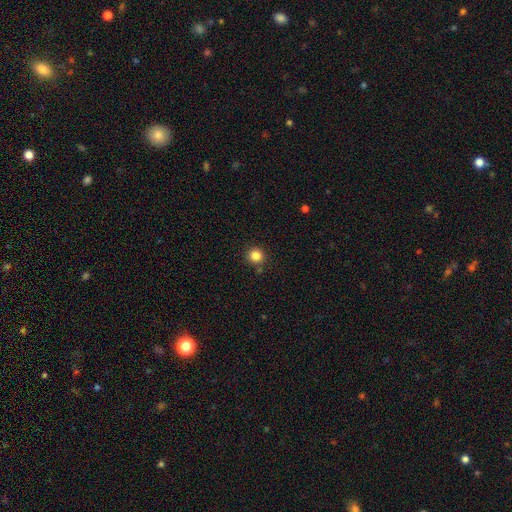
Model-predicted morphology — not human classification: Smooth or featured? smooth (84%)
How rounded? round (94%)
Merging? none (87%)